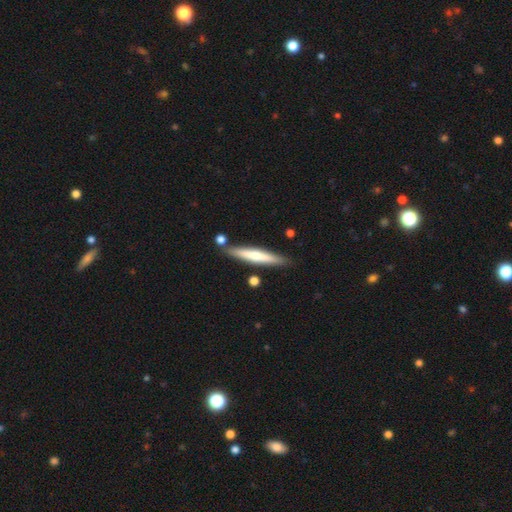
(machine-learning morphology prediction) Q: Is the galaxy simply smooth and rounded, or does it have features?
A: smooth — 53%.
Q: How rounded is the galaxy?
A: cigar-shaped — 93%.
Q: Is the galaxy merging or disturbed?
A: none — 81%.